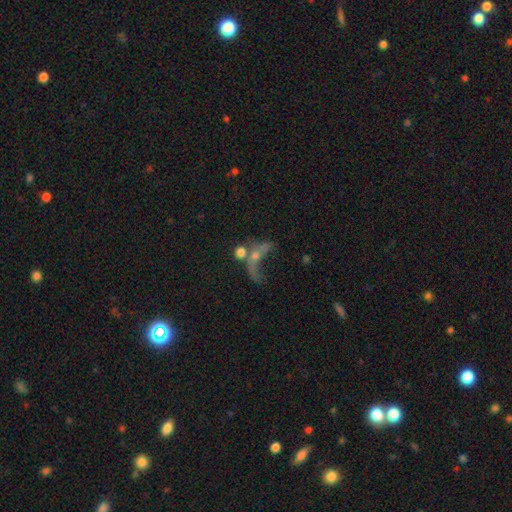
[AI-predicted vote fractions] This is possibly a featured or disk galaxy (46%). Merging: marginally merger (36%).